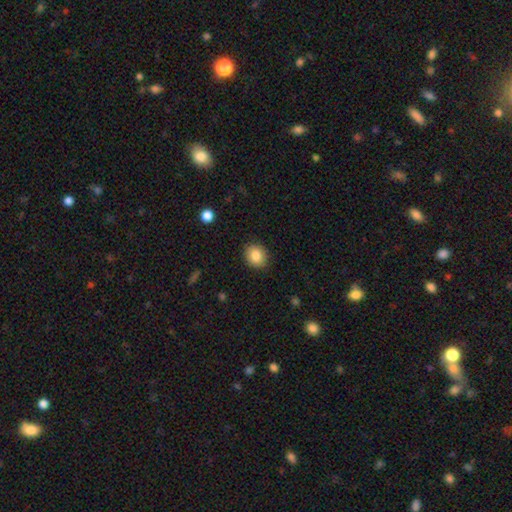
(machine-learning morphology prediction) smooth-or-featured: smooth: 85% | star or artifact: 9% | featured or disk: 6%
  how-rounded: round: 70% | in between: 29% | cigar-shaped: 1%
  merging: none: 88% | minor disturbance: 8% | major disturbance: 2% | merger: 1%